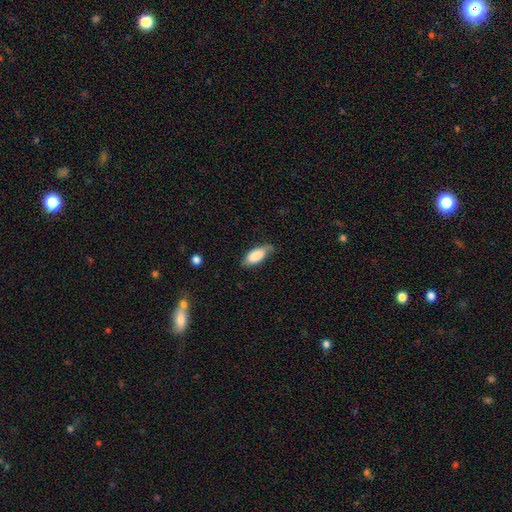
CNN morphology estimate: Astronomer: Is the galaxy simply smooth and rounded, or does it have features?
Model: smooth — 79%.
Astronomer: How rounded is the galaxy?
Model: in between — 86%.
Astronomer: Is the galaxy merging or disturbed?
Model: none — 60%.